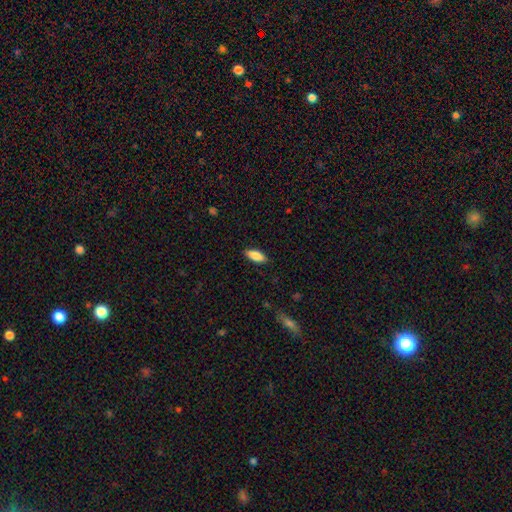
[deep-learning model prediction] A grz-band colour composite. It shows a smooth galaxy with no disk features (87%) that is in between round and cigar-shaped (79%). Merging: none (88%).